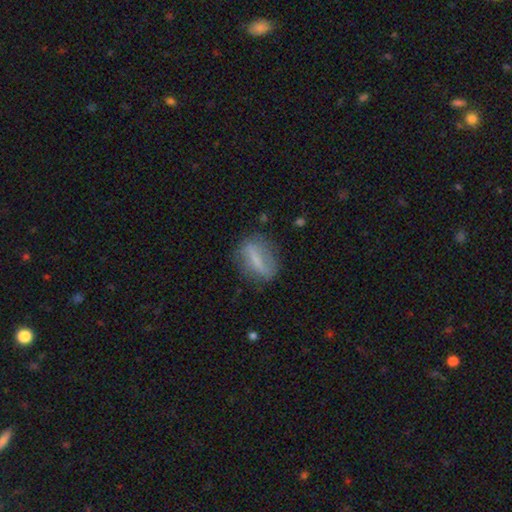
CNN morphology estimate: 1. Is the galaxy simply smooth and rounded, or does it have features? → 45% featured or disk (tied), 45% smooth (tied), 10% star or artifact.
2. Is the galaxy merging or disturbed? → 75% none, 17% minor disturbance, 6% major disturbance, 2% merger.